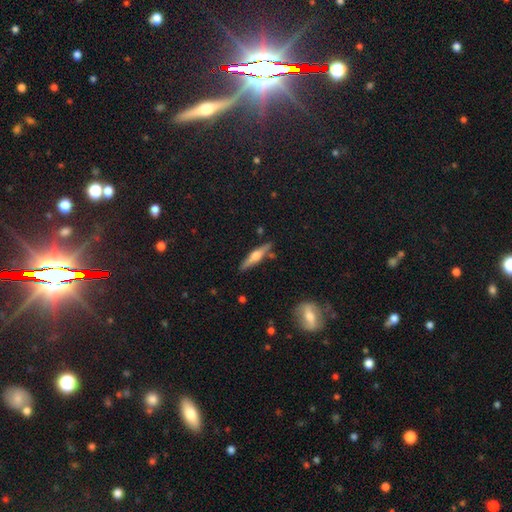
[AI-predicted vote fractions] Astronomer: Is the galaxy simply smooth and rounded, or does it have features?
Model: featured or disk — 66%.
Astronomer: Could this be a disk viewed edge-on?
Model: yes — 97%.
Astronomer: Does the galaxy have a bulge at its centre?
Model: rounded — 91%.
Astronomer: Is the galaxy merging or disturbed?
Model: none — 87%.